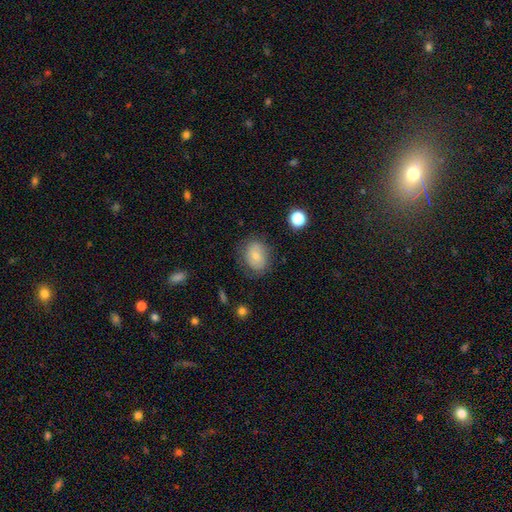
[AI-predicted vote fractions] smooth-or-featured: smooth: 69% | featured or disk: 22% | star or artifact: 9%
  how-rounded: in between: 59% | round: 40% | cigar-shaped: 1%
  merging: none: 71% | minor disturbance: 20% | major disturbance: 8% | merger: 2%